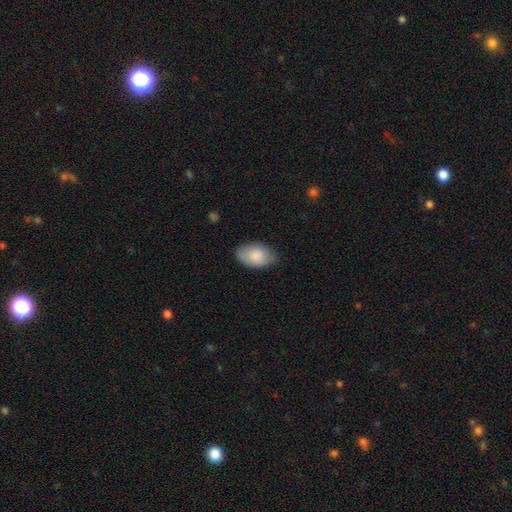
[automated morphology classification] smooth 84%, featured or disk 10%, star or artifact 6%. Down the decision tree: how rounded — in between (92%); merging — none (75%).